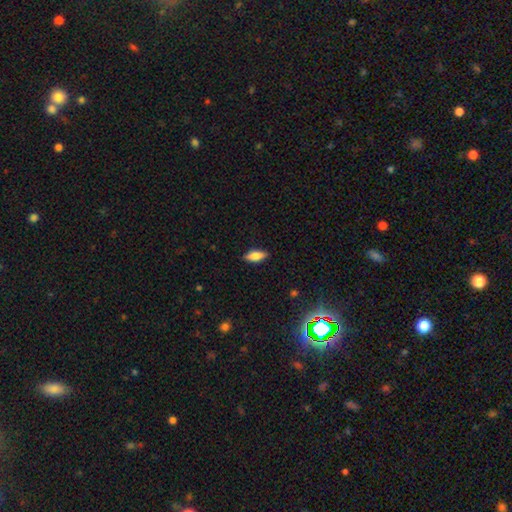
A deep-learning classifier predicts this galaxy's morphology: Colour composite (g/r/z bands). It shows a smooth galaxy with no disk features (79%) that is in between round and cigar-shaped (78%). Merging: none (86%).